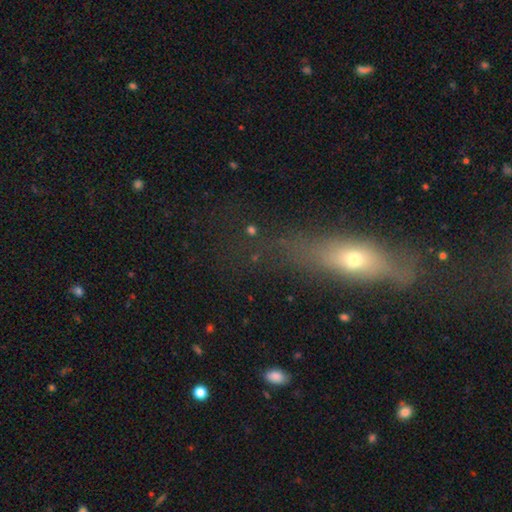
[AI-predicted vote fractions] smooth_or_featured: smooth (p=0.47) [alt: featured or disk p=0.33]
merging: none (p=0.60) [alt: minor disturbance p=0.20]